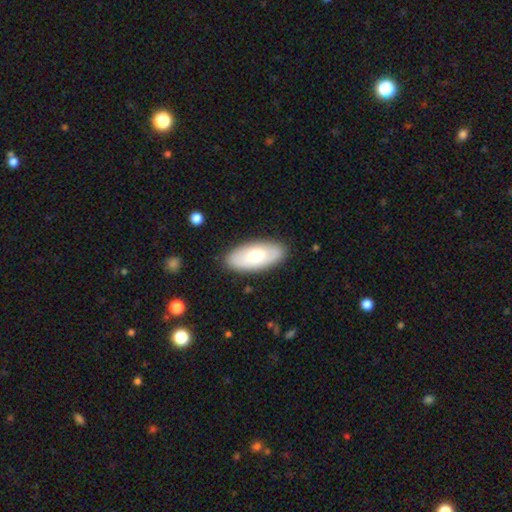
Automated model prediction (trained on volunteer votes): Overall: smooth (60%; featured or disk 34%). How rounded: in between (91%). Merging: none (87%).